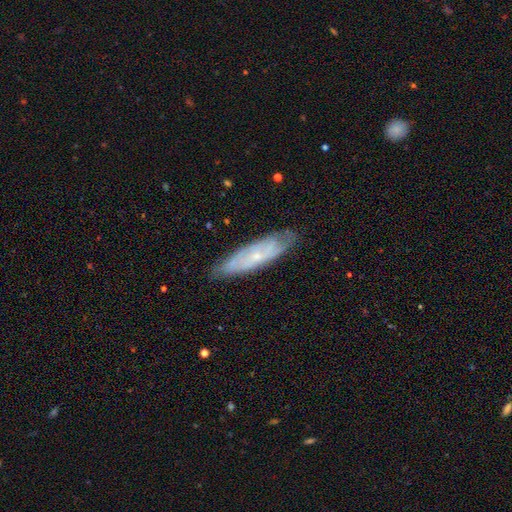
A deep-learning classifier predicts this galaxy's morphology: featured or disk 68%, smooth 26%, star or artifact 7%. Down the decision tree: edge-on disk — no (68%); merging — none (79%).